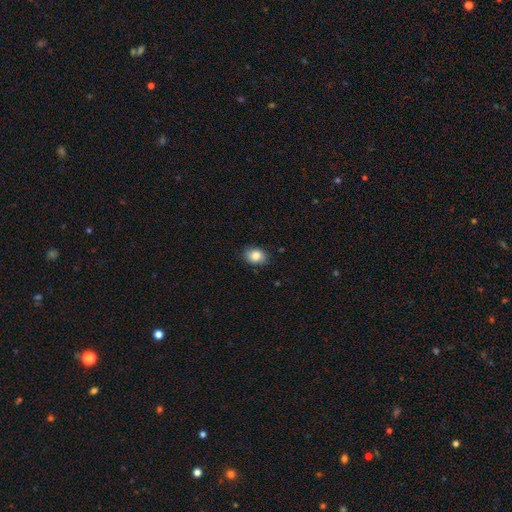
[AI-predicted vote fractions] The model was most divided on "how rounded": in between: 64%, round: 34%, cigar-shaped: 1%. More confident: smooth or featured — smooth (84%); merging — none (82%).